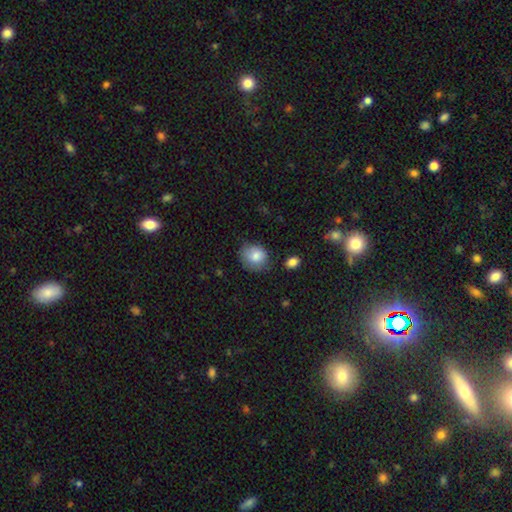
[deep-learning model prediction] smooth-or-featured: smooth: 82% | featured or disk: 10% | star or artifact: 8%
  how-rounded: round: 68% | in between: 31% | cigar-shaped: 1%
  merging: none: 65% | minor disturbance: 26% | major disturbance: 6% | merger: 3%